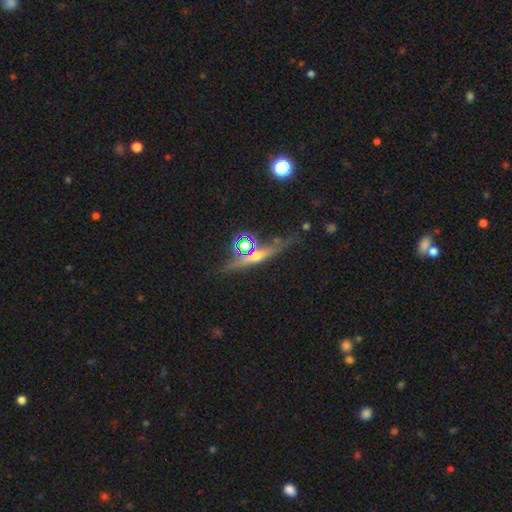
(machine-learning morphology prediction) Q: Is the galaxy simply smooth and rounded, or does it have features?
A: featured or disk — 42%.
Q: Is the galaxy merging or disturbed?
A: none — 76%.